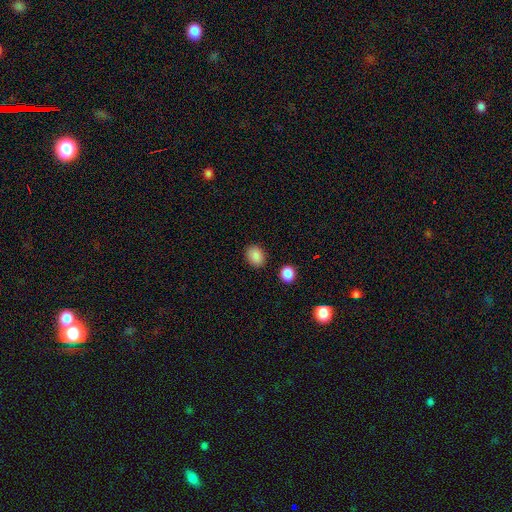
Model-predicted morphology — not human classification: Smooth or featured?
  - smooth: 87% *
  - star or artifact: 9%
  - featured or disk: 4%
How rounded?
  - in between: 59% *
  - round: 40%
  - cigar-shaped: 1%
Merging?
  - none: 86% *
  - minor disturbance: 9%
  - major disturbance: 3%
  - merger: 3%